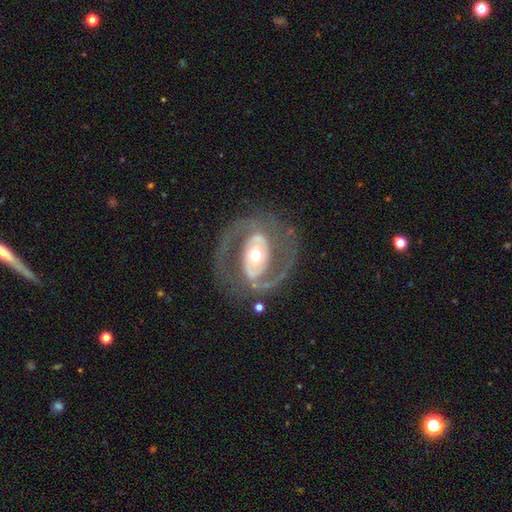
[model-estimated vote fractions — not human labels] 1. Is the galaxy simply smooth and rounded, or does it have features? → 87% featured or disk, 8% smooth, 4% star or artifact.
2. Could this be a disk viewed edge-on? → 97% no, 3% yes.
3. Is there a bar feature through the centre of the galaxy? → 48% no, 28% weak, 24% strong.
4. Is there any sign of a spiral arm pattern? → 86% yes, 14% no.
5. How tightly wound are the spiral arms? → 52% medium, 28% tight, 20% loose.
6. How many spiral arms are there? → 90% 2, 4% can't tell, 3% 1, 2% 3, 1% 4, 1% more than 4.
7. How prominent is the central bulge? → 67% moderate, 21% large, 10% small, 2% dominant, 1% none.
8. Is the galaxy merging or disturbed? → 76% none, 12% minor disturbance, 10% major disturbance, 2% merger.